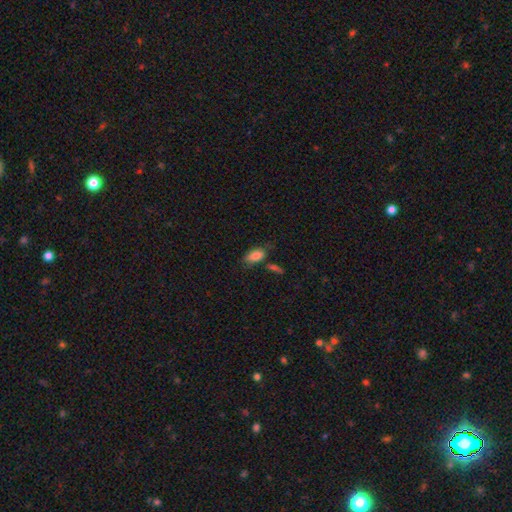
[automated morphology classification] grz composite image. It shows a smooth galaxy with no disk features (82%) that is in between round and cigar-shaped (90%). Merging: none (59%).